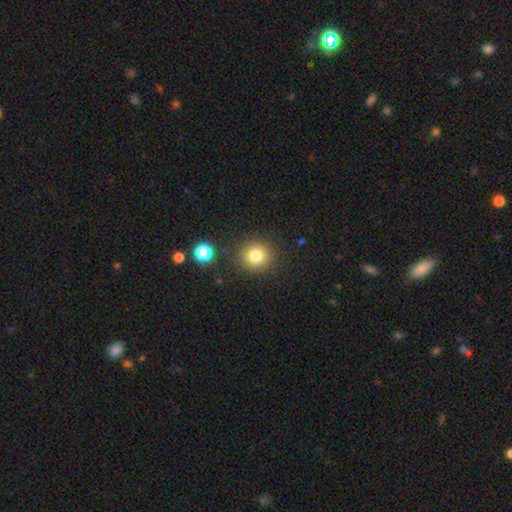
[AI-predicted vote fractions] Overall: smooth (81%). How rounded: round (89%). Merging: none (87%).